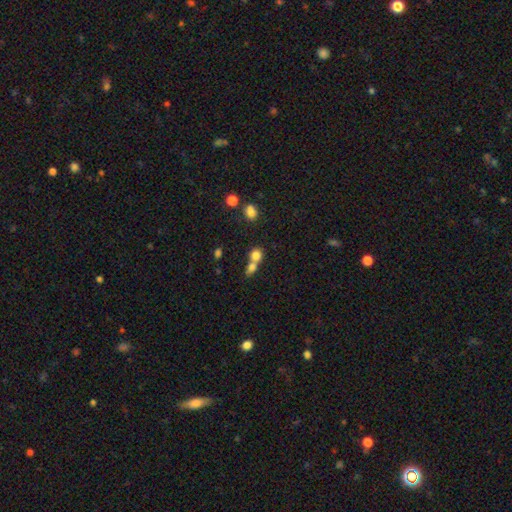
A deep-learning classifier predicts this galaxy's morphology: type=smooth (77%); roundness=round (70%); merging=merger (63%).